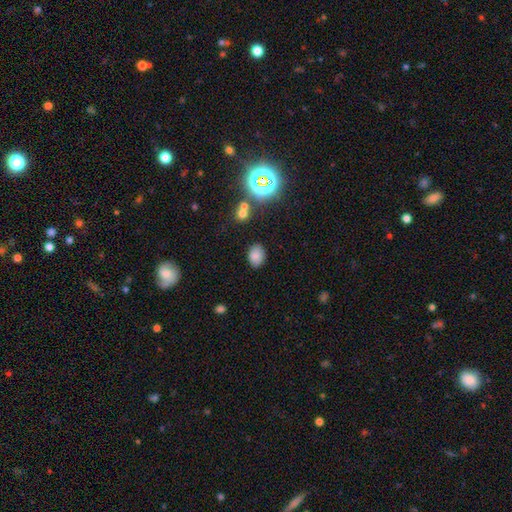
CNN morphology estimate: Overall: smooth (79%). How rounded: in between (75%). Merging: none (83%).